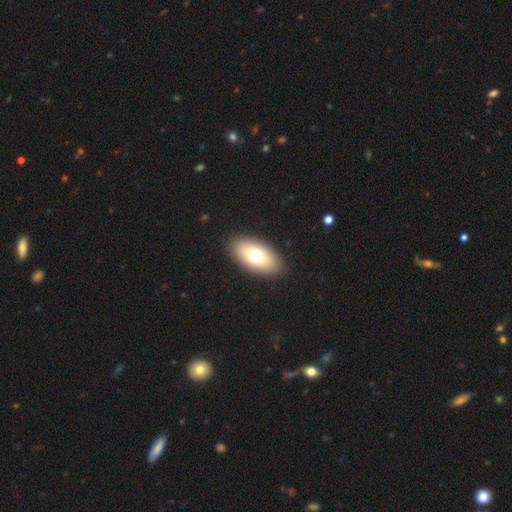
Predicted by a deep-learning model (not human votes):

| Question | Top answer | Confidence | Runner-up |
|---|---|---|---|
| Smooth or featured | smooth | 71% | featured or disk (21%) |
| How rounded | in between | 91% | round (4%) |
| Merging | none | 89% | minor disturbance (8%) |